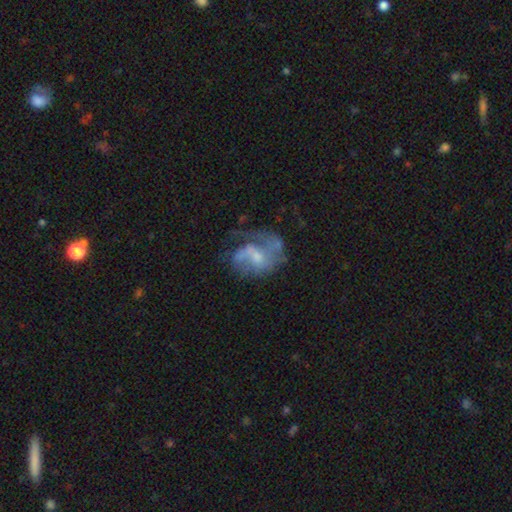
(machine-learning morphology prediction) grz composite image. It shows a featured or disk galaxy (72%) with no bar (56%), 2 (34%) medium (42%) spiral arms (76%) and a small central bulge (46%). Merging: none (41%).